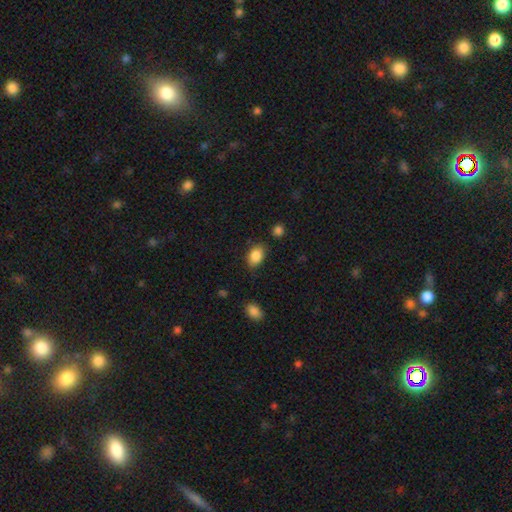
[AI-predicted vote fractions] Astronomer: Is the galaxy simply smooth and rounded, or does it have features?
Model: smooth — 87%.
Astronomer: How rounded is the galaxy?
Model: in between — 83%.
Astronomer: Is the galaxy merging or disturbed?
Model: none — 79%.